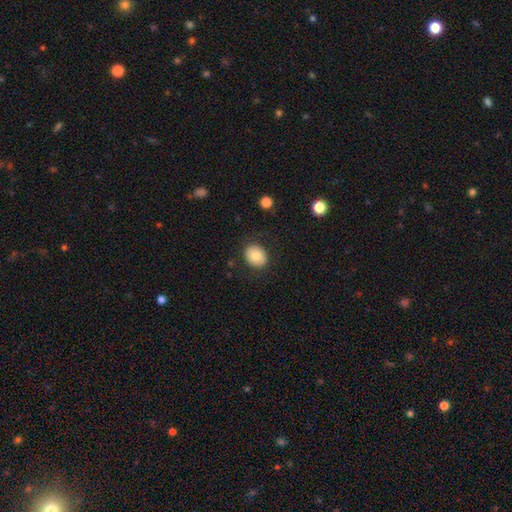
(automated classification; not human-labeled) Smooth or featured? smooth (78%)
How rounded? round (60%)
Merging? none (86%)